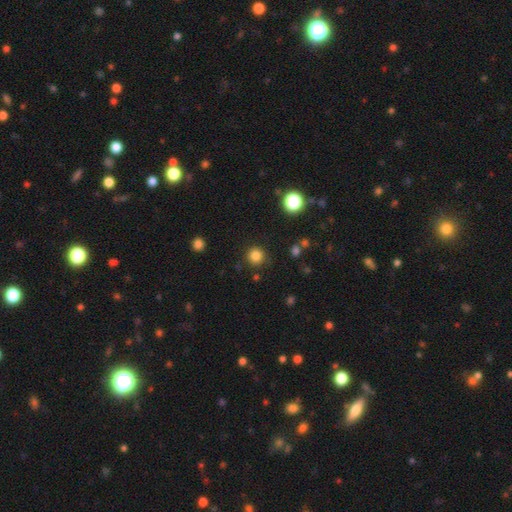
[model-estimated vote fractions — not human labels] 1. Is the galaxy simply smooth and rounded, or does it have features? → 83% smooth, 13% star or artifact, 4% featured or disk.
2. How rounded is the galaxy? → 94% round, 5% in between, 1% cigar-shaped.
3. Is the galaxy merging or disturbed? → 88% none, 7% minor disturbance, 3% major disturbance, 2% merger.